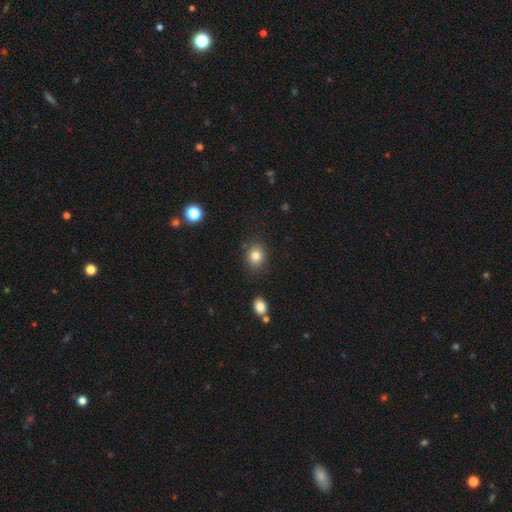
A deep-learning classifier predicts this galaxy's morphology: The model was most divided on "how rounded": round: 66%, in between: 33%, cigar-shaped: 1%. More confident: merging — none (83%); smooth or featured — smooth (82%).